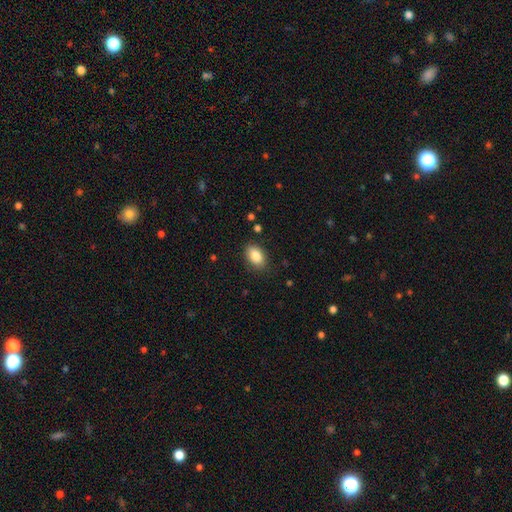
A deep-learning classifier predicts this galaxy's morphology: This appears to be a smooth galaxy with no disk features (86%) that is in between round and cigar-shaped (89%). Merging: none (86%).